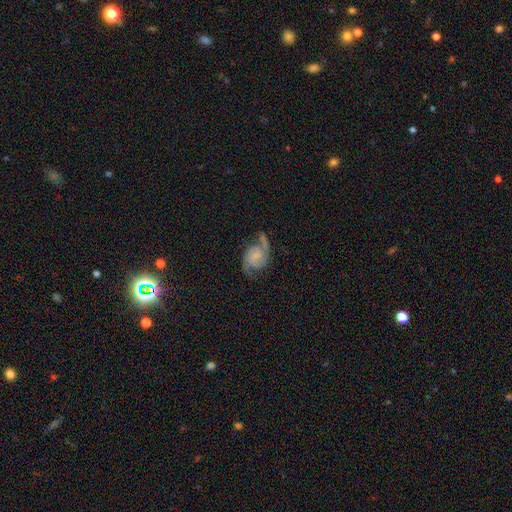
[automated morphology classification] A featured or disk galaxy (86%) with no bar (59%), 2 (88%) medium (51%) spiral arms (97%) and a small central bulge (42%). Merging: none (63%).